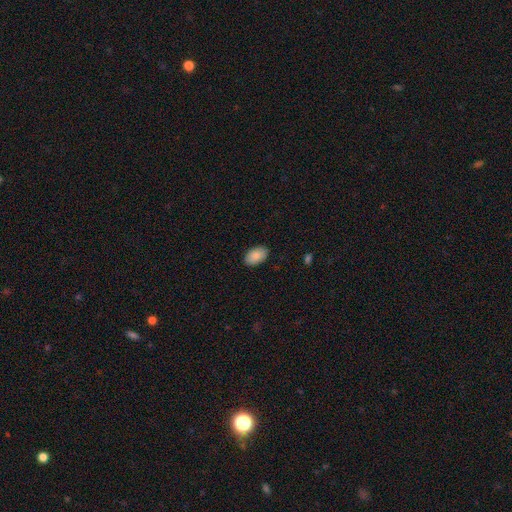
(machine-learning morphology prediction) Smooth or featured: smooth — 89% (star or artifact — 6%)
How rounded: in between — 93% (round — 6%)
Merging: none — 89% (minor disturbance — 8%)